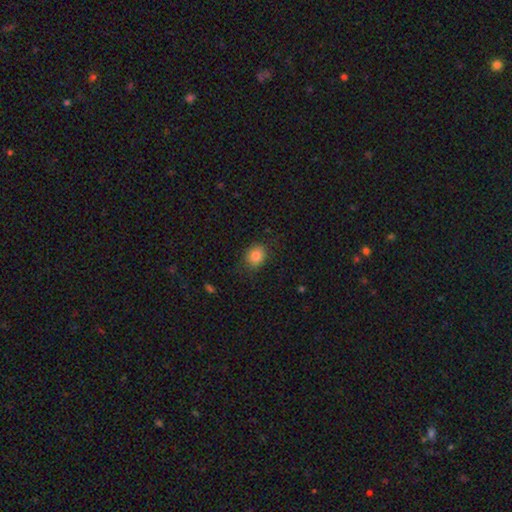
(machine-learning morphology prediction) A smooth galaxy with no disk features (85%) that is round (63%).

Vote fractions:
- Smooth or featured? smooth: 85% / star or artifact: 10% / featured or disk: 6%
- How rounded? round: 63% / in between: 36% / cigar-shaped: 1%
- Merging? none: 80% / minor disturbance: 15% / major disturbance: 4% / merger: 1%